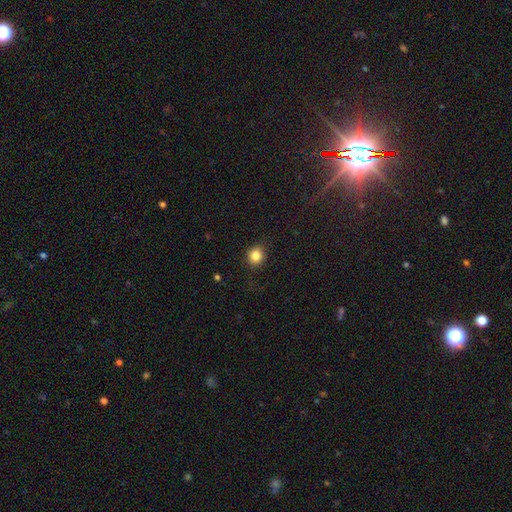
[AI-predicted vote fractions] A smooth galaxy with no disk features (84%) that is round (86%). Merging: none (87%).